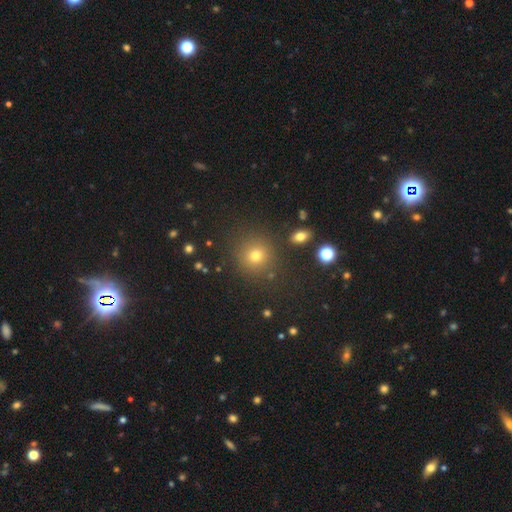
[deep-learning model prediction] This appears to be a smooth galaxy with no disk features (71%) that is round (91%). Merging: none (86%).